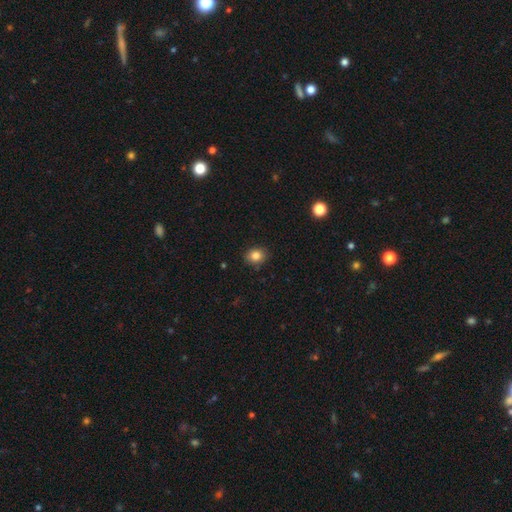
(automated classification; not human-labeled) smooth_or_featured: smooth (p=0.84) [alt: star or artifact p=0.10]
how_rounded: round (p=0.59) [alt: in between p=0.40]
merging: none (p=0.87) [alt: minor disturbance p=0.09]